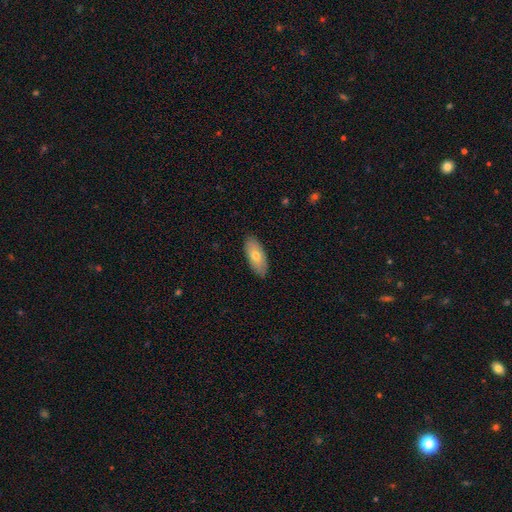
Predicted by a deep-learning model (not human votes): Smooth or featured?
  - smooth: 71% *
  - featured or disk: 23%
  - star or artifact: 6%
How rounded?
  - in between: 88% *
  - cigar-shaped: 9%
  - round: 3%
Merging?
  - none: 87% *
  - minor disturbance: 10%
  - major disturbance: 2%
  - merger: 1%